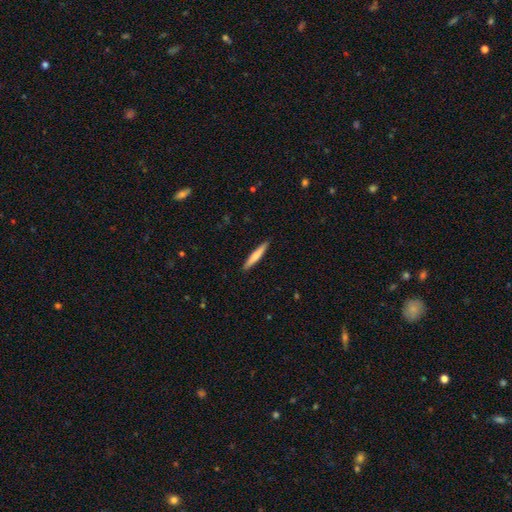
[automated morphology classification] A smooth galaxy with no disk features (68%) that is cigar-shaped (94%).

Vote fractions:
- Smooth or featured? smooth: 68% / featured or disk: 27% / star or artifact: 5%
- How rounded? cigar-shaped: 94% / in between: 4% / round: 1%
- Merging? none: 91% / minor disturbance: 7% / major disturbance: 1% / merger: 1%